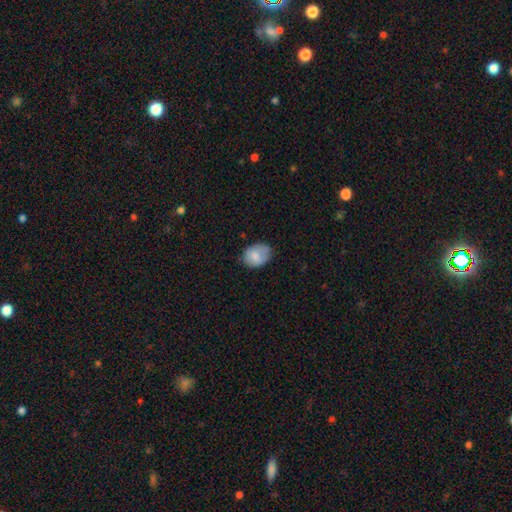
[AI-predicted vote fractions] A smooth galaxy with no disk features (80%) that is in between round and cigar-shaped (63%). Merging: none (67%).